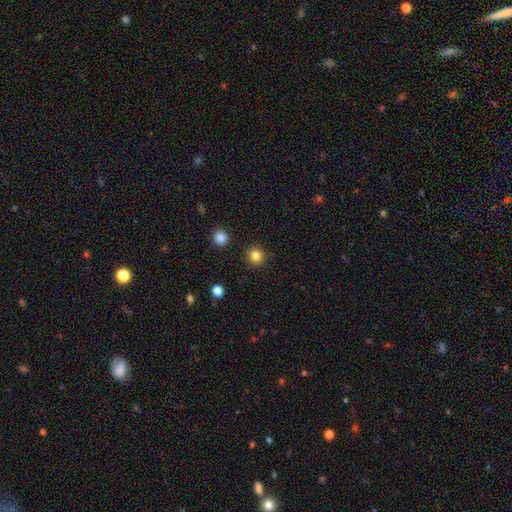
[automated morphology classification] smooth 83%, star or artifact 12%, featured or disk 5%. Down the decision tree: how rounded — round (94%); merging — none (92%).